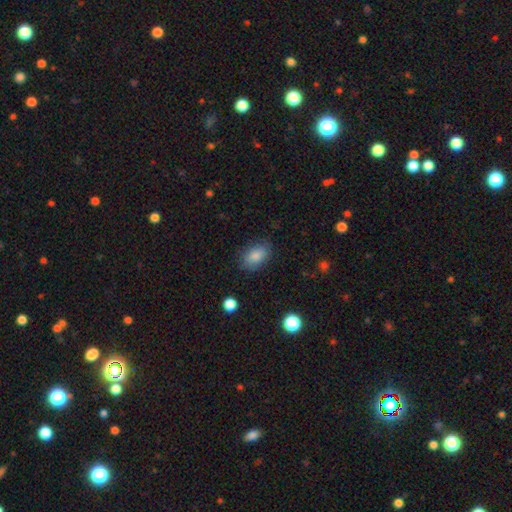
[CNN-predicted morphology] A smooth galaxy with no disk features (85%) that is in between round and cigar-shaped (87%).

Vote fractions:
- Smooth or featured? smooth: 85% / star or artifact: 8% / featured or disk: 7%
- How rounded? in between: 87% / round: 11% / cigar-shaped: 2%
- Merging? none: 80% / minor disturbance: 14% / major disturbance: 4% / merger: 1%